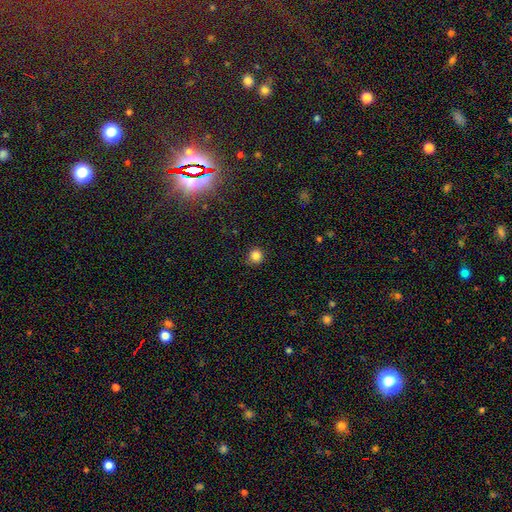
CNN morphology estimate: smooth_or_featured: smooth (p=0.83) [alt: star or artifact p=0.13]
how_rounded: round (p=0.94) [alt: in between p=0.05]
merging: none (p=0.89) [alt: minor disturbance p=0.07]